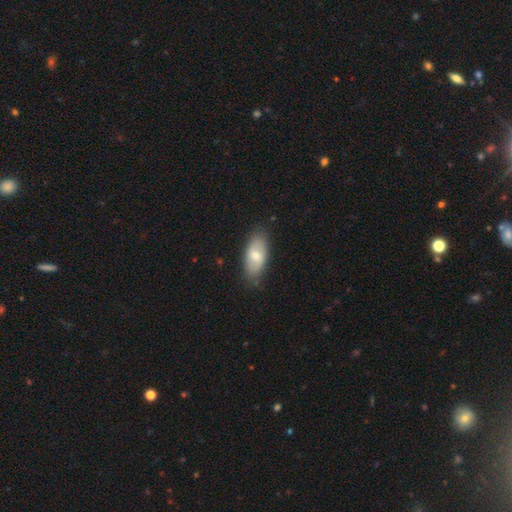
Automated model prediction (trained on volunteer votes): A smooth galaxy with no disk features (68%) that is in between round and cigar-shaped (91%).

Vote fractions:
- Smooth or featured? smooth: 68% / featured or disk: 26% / star or artifact: 6%
- How rounded? in between: 91% / cigar-shaped: 6% / round: 3%
- Merging? none: 80% / minor disturbance: 15% / major disturbance: 3% / merger: 1%